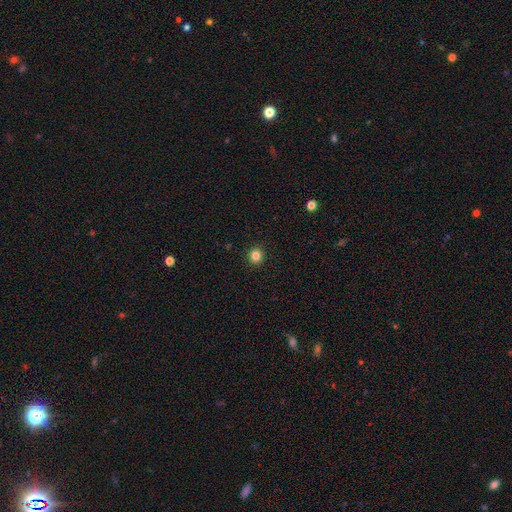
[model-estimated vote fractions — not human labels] Smooth or featured: smooth — 83% (star or artifact — 13%)
How rounded: round — 94% (in between — 5%)
Merging: none — 93% (minor disturbance — 4%)